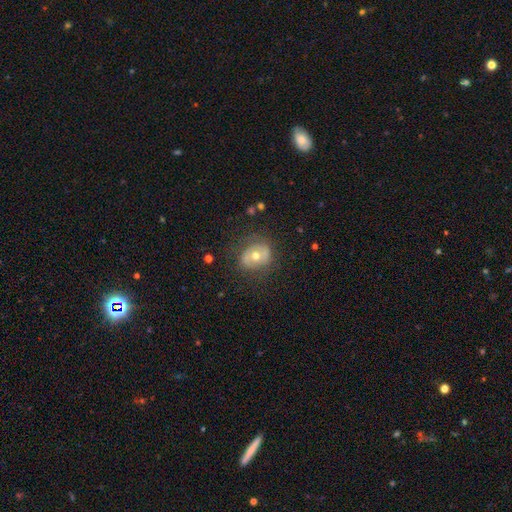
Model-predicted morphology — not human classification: Smooth or featured: featured or disk — 54% (smooth — 37%)
Edge-on disk: no — 95% (yes — 5%)
Bar: no — 70% (weak — 21%)
Spiral arms: no — 54% (yes — 46%)
Bulge size: moderate — 73% (small — 21%)
Merging: none — 72% (minor disturbance — 18%)